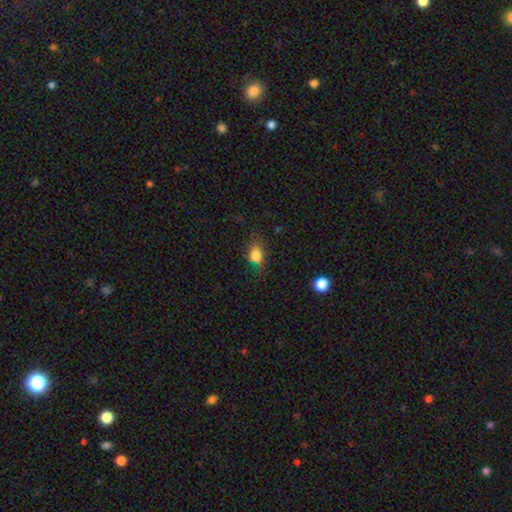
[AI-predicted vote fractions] Overall: smooth (80%). How rounded: in between (66%; round 31%). Merging: none (65%).